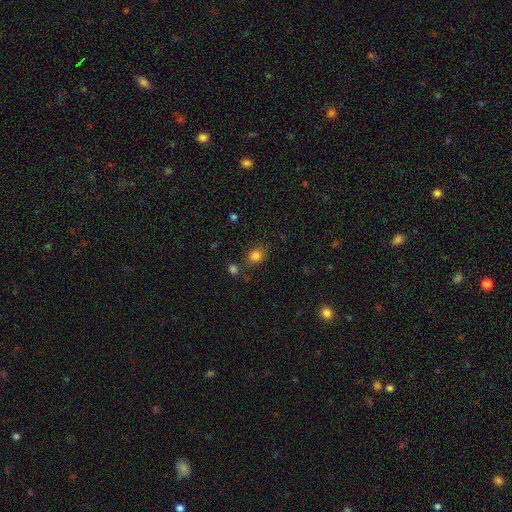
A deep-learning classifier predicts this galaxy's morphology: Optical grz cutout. It shows a smooth galaxy with no disk features (81%) that is round (61%). Merging: none (72%).